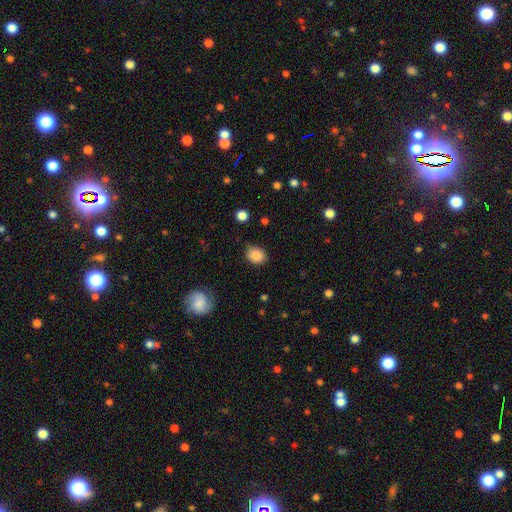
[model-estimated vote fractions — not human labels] Smooth or featured: smooth — 84% (star or artifact — 9%)
How rounded: round — 54% (in between — 45%)
Merging: none — 82% (minor disturbance — 14%)